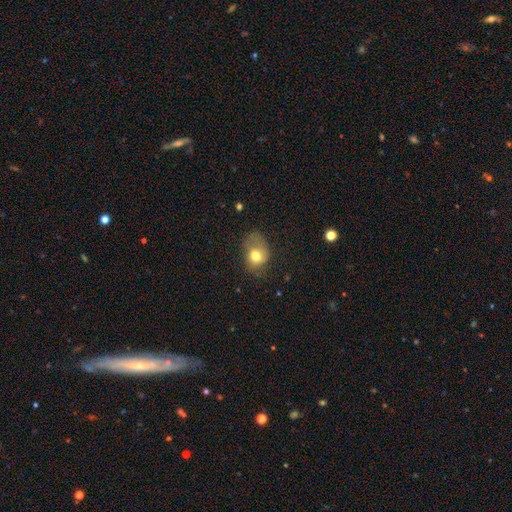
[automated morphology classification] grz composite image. It shows a smooth galaxy with no disk features (67%) that is in between round and cigar-shaped (66%). Merging: none (39%).